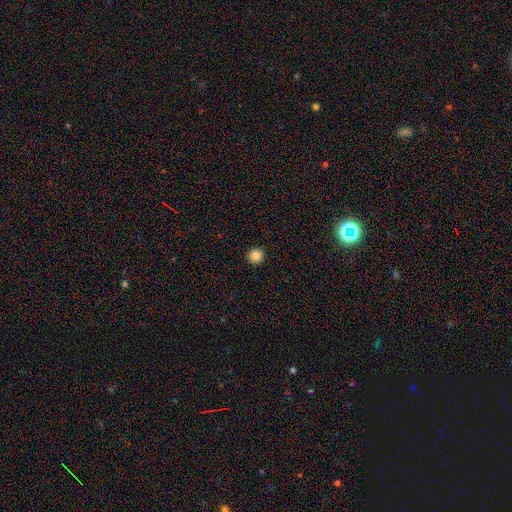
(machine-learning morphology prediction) The model was most divided on "smooth or featured": smooth: 83%, star or artifact: 11%, featured or disk: 6%. More confident: how rounded — round (96%); merging — none (94%).